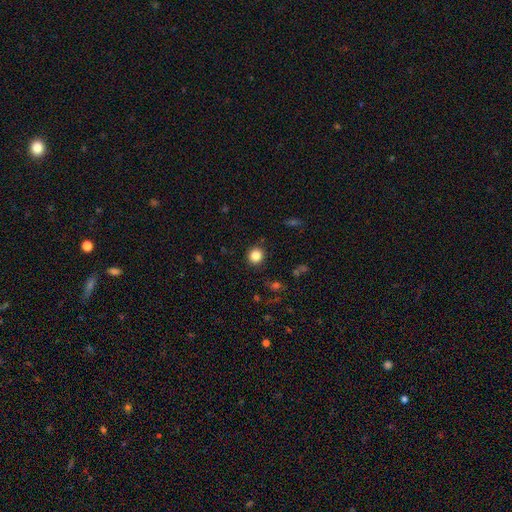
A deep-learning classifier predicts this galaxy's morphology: Smooth or featured?
  - smooth: 84% *
  - star or artifact: 11%
  - featured or disk: 5%
How rounded?
  - round: 90% *
  - in between: 9%
  - cigar-shaped: 1%
Merging?
  - none: 90% *
  - minor disturbance: 7%
  - major disturbance: 2%
  - merger: 1%